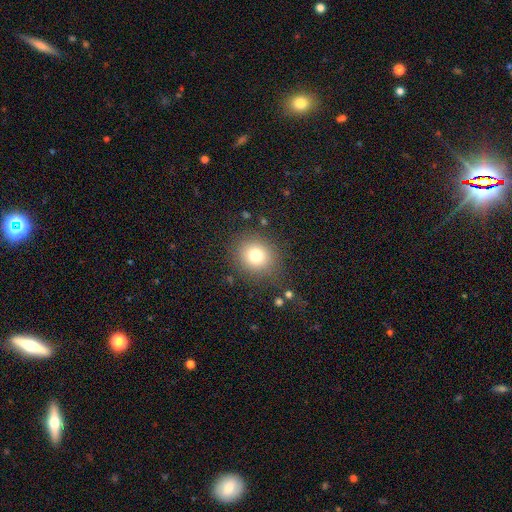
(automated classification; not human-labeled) Smooth or featured? smooth (76%)
How rounded? round (81%)
Merging? none (83%)